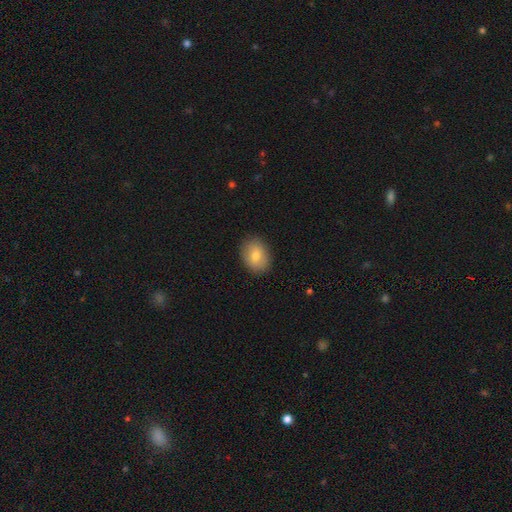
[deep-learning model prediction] Smooth or featured? Predicted: smooth (p=0.77). How rounded? Predicted: in between (p=0.68). Merging? Predicted: none (p=0.88).